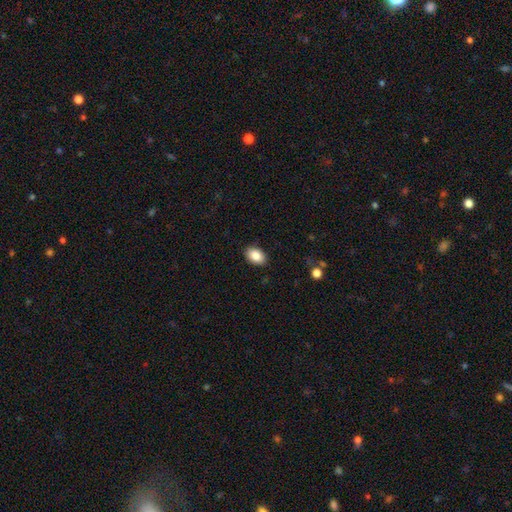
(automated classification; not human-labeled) Overall: smooth (87%). How rounded: in between (86%). Merging: none (89%).